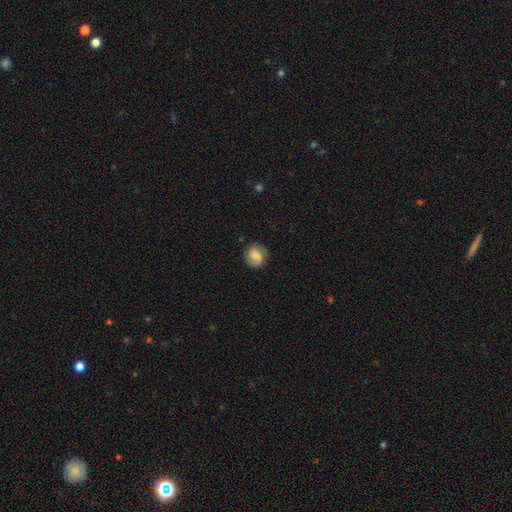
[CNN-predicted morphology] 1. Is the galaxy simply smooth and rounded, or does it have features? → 56% featured or disk, 36% smooth, 8% star or artifact.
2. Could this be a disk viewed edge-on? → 98% no, 2% yes.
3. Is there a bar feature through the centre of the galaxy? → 45% weak, 40% no, 15% strong.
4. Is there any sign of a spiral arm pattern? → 91% yes, 9% no.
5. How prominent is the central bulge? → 33% moderate, 28% small, 19% none, 17% large, 3% dominant.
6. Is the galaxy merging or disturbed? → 79% none, 14% minor disturbance, 5% major disturbance, 1% merger.